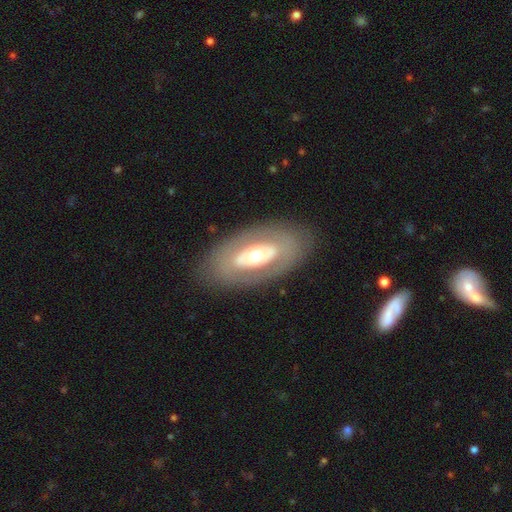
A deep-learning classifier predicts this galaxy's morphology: featured or disk 58%, smooth 36%, star or artifact 6%. Down the decision tree: edge-on disk — no (87%); bar — no (77%); spiral arms — no (90%); bulge size — moderate (64%); merging — none (82%).